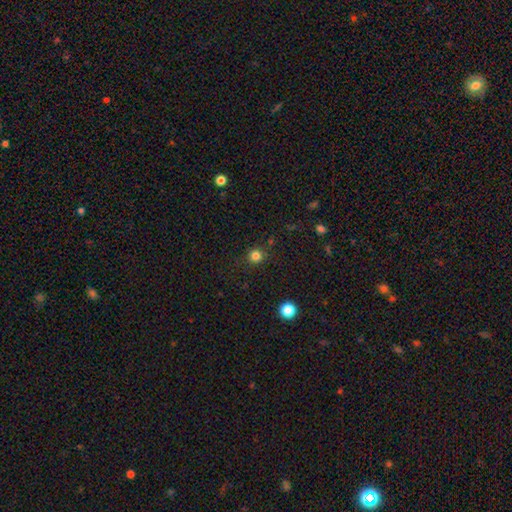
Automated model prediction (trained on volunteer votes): A smooth galaxy with no disk features (81%) that is round (93%). Merging: none (88%).